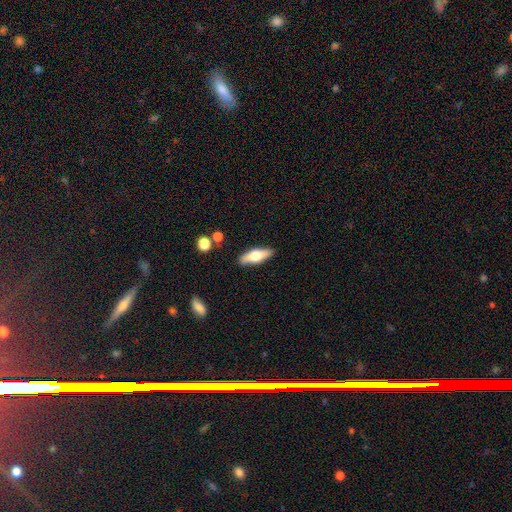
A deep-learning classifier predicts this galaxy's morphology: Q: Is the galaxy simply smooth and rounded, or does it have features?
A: smooth — 57%.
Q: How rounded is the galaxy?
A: in between — 60%.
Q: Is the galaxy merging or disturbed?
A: none — 86%.